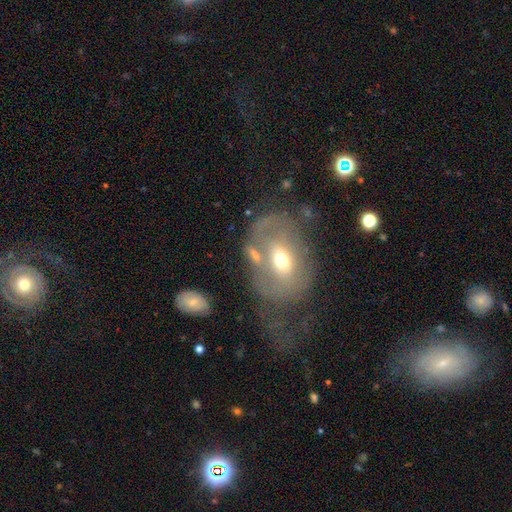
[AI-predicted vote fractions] Smooth or featured: featured or disk — 53% (smooth — 36%)
Edge-on disk: no — 93% (yes — 7%)
Merging: major disturbance — 38% (none — 29%)